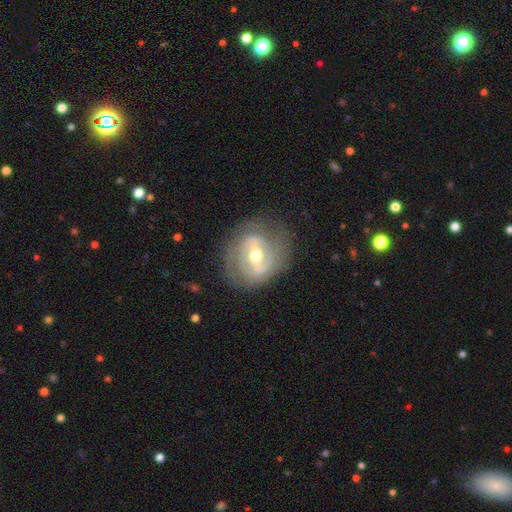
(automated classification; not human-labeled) Morphology: type=featured or disk (84%); edge-on=no (96%); bar=strong (44%); spiral arms=yes (84%); winding=tight (57%); arm count=2 (55%); bulge=moderate (70%); merging=none (76%).